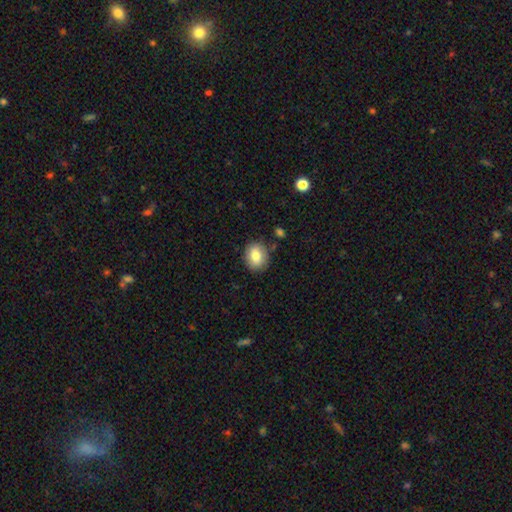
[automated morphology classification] smooth 81%, featured or disk 11%, star or artifact 8%. Down the decision tree: how rounded — round (52%); merging — none (84%).